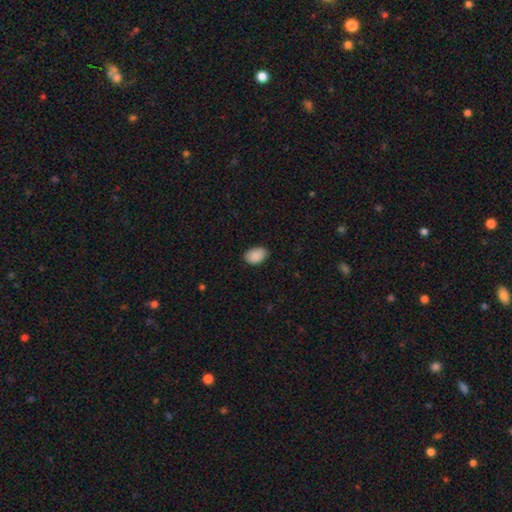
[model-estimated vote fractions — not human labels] smooth 90%, star or artifact 7%, featured or disk 3%. Down the decision tree: how rounded — in between (83%); merging — none (85%).